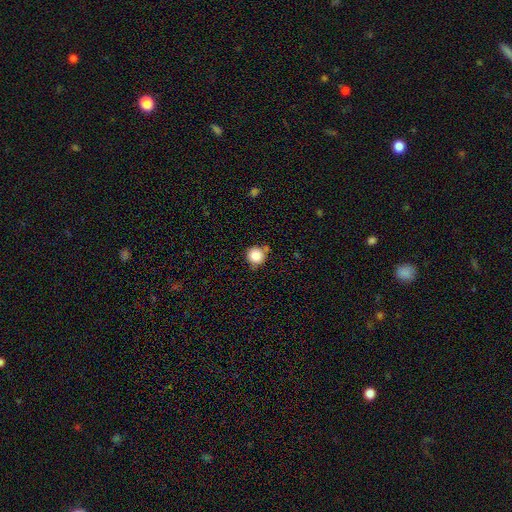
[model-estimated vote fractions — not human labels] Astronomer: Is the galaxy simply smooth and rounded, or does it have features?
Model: smooth — 85%.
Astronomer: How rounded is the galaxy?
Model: round — 93%.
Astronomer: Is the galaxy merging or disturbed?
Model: none — 73%.